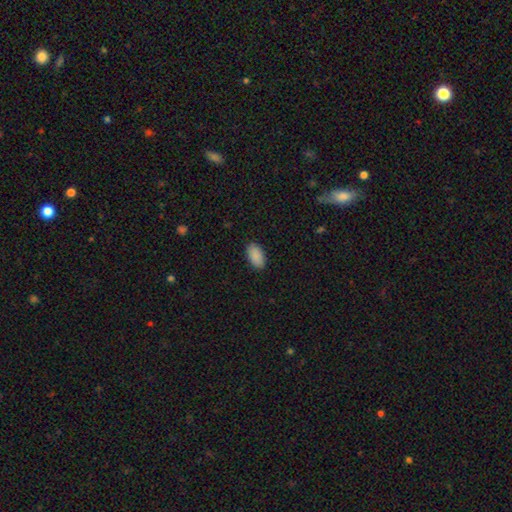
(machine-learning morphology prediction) Smooth or featured? Predicted: smooth (p=0.90). How rounded? Predicted: in between (p=0.95). Merging? Predicted: none (p=0.89).